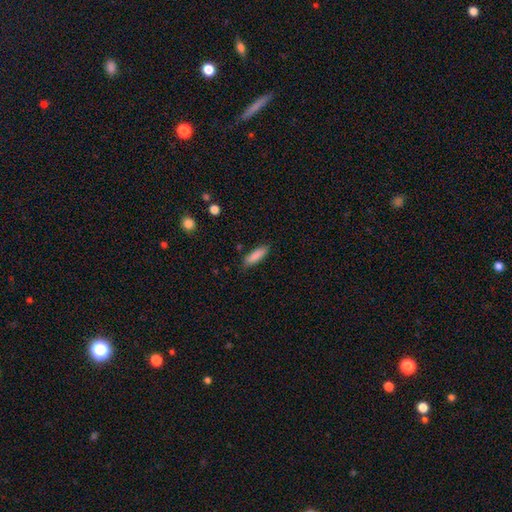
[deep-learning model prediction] Smooth or featured?
  - smooth: 87% *
  - featured or disk: 7%
  - star or artifact: 7%
How rounded?
  - cigar-shaped: 54% *
  - in between: 44%
  - round: 2%
Merging?
  - none: 83% *
  - minor disturbance: 13%
  - major disturbance: 3%
  - merger: 2%